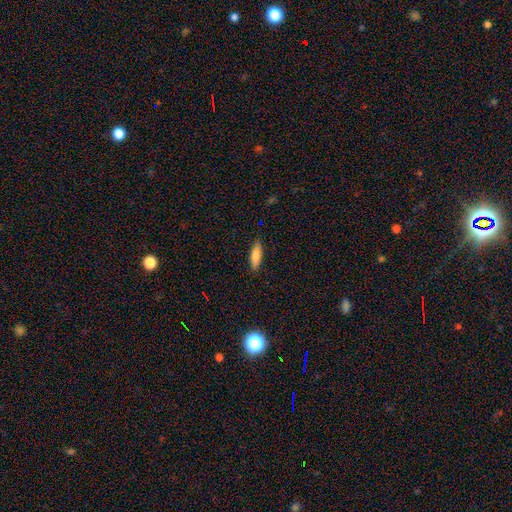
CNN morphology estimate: This is clearly a smooth galaxy (80%). How rounded: possibly cigar-shaped (56%). Merging: clearly none (88%).